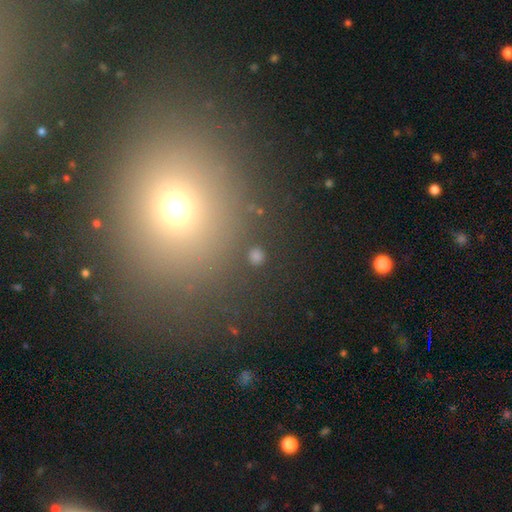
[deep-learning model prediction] A smooth galaxy with no disk features (55%) that is round (83%). Merging: none (85%).